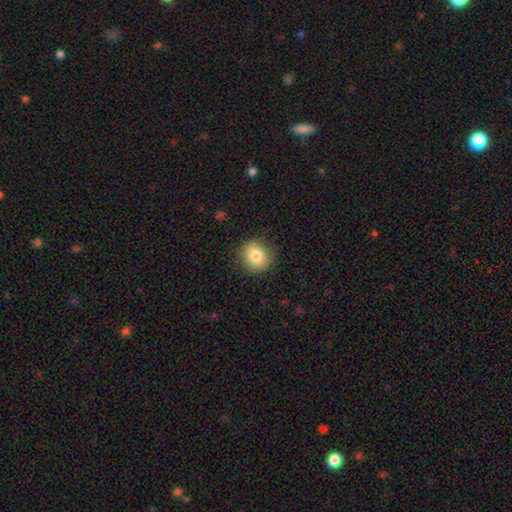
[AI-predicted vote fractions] Overall: smooth (80%). How rounded: round (85%). Merging: none (85%).